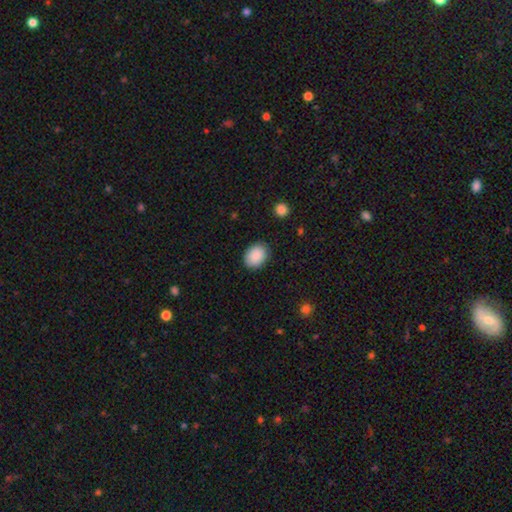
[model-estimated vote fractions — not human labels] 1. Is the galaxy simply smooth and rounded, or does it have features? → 90% smooth, 7% star or artifact, 3% featured or disk.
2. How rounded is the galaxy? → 65% in between, 34% round, 1% cigar-shaped.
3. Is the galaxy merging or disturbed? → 87% none, 9% minor disturbance, 2% major disturbance, 1% merger.